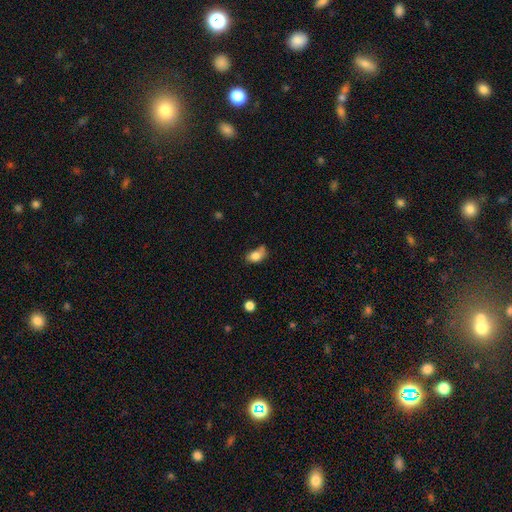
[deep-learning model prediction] This appears to be a smooth galaxy with no disk features (81%) that is in between round and cigar-shaped (81%). Merging: none (43%).